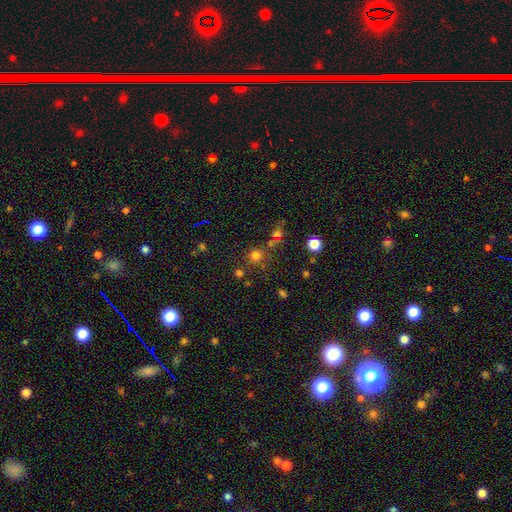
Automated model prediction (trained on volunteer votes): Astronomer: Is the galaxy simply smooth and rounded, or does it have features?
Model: smooth — 68%.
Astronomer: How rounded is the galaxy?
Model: round — 89%.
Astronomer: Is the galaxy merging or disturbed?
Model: none — 69%.